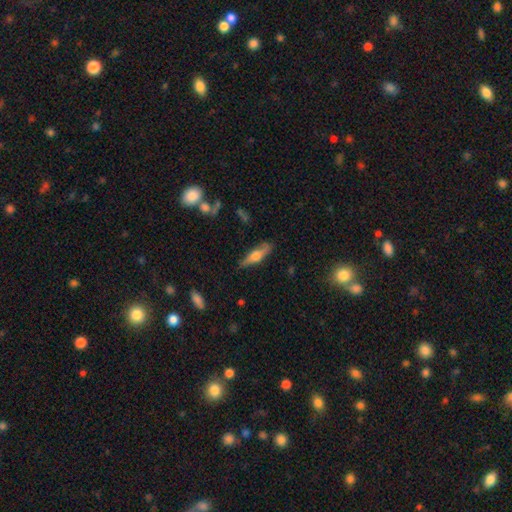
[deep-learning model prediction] Smooth or featured?
  - featured or disk: 47% * (tied)
  - smooth: 47% * (tied)
  - star or artifact: 6%
Merging?
  - none: 83% *
  - minor disturbance: 13%
  - major disturbance: 3%
  - merger: 2%